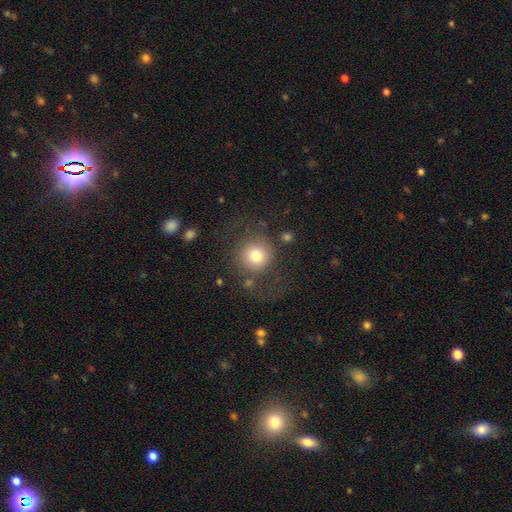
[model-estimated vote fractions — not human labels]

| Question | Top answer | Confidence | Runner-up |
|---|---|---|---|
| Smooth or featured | smooth | 77% | featured or disk (13%) |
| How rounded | round | 92% | in between (7%) |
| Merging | none | 67% | major disturbance (17%) |